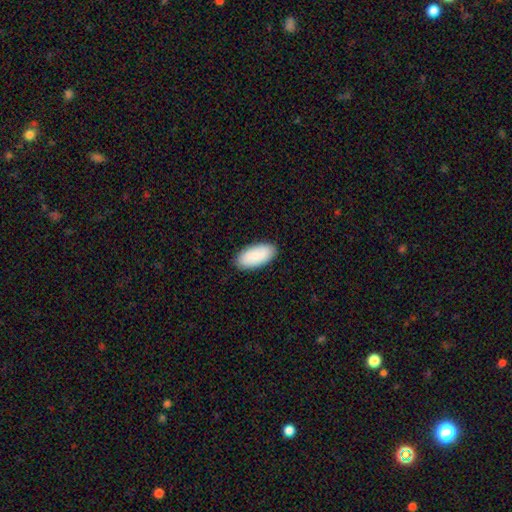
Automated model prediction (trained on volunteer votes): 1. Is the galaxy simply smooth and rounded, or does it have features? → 89% smooth, 6% featured or disk, 5% star or artifact.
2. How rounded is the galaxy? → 94% in between, 4% cigar-shaped, 2% round.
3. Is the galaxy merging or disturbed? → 89% none, 8% minor disturbance, 2% major disturbance, 1% merger.